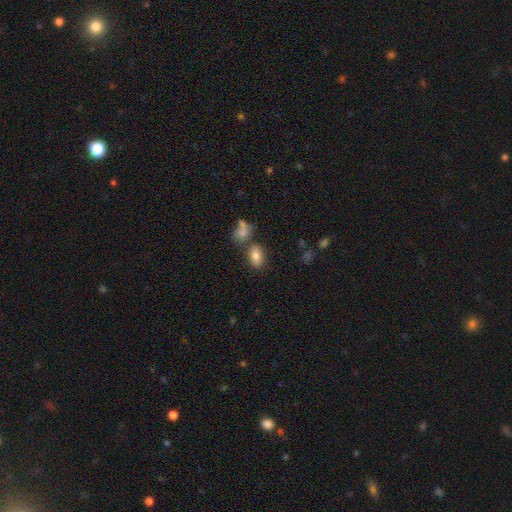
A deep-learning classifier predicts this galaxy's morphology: Overall: smooth (79%). How rounded: in between (86%). Merging: none (68%).